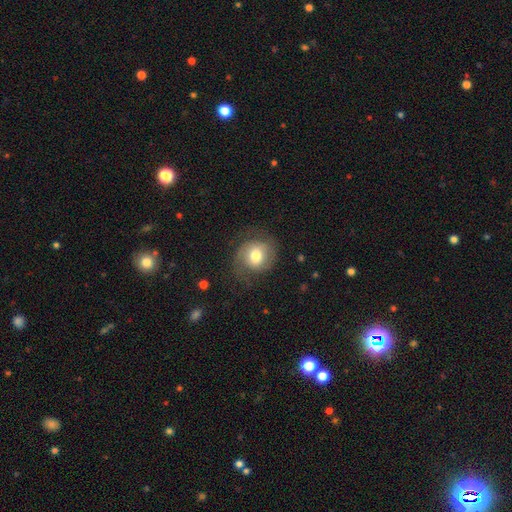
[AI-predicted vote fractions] Smooth or featured: smooth — 48% (featured or disk — 44%)
Merging: none — 64% (minor disturbance — 20%)